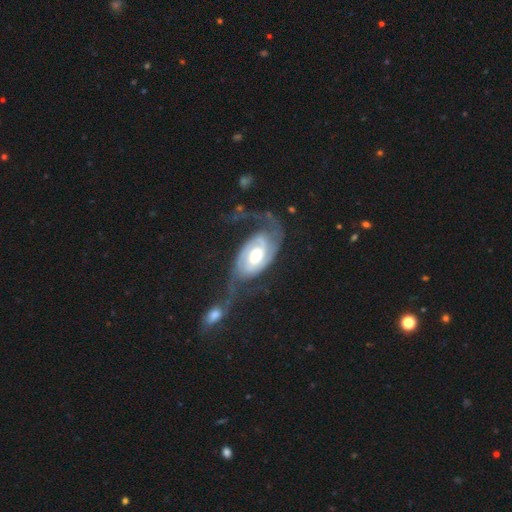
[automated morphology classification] Q: Smooth or featured?
A: featured or disk (87%); runner-up: smooth (9%)
Q: Edge-on disk?
A: no (96%); runner-up: yes (4%)
Q: Bar?
A: no (46%); runner-up: weak (38%)
Q: Spiral arms?
A: yes (95%); runner-up: no (5%)
Q: Spiral winding?
A: medium (37%); runner-up: tight (35%)
Q: Spiral arm count?
A: 2 (84%); runner-up: can't tell (6%)
Q: Bulge size?
A: moderate (64%); runner-up: large (24%)
Q: Merging?
A: none (37%); runner-up: major disturbance (31%)